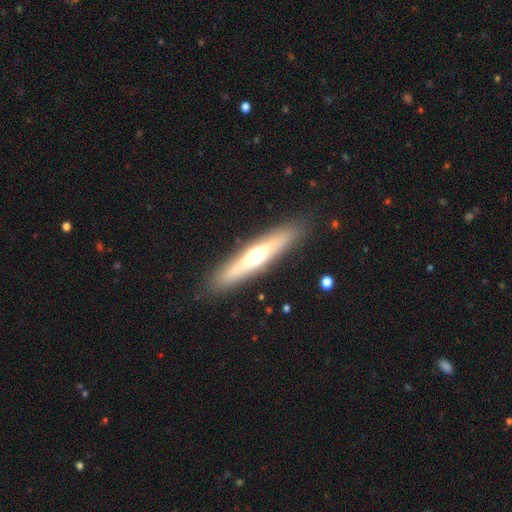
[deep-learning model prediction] This appears to be a featured or disk galaxy (50%) viewed edge-on (85%). Merging: none (88%).